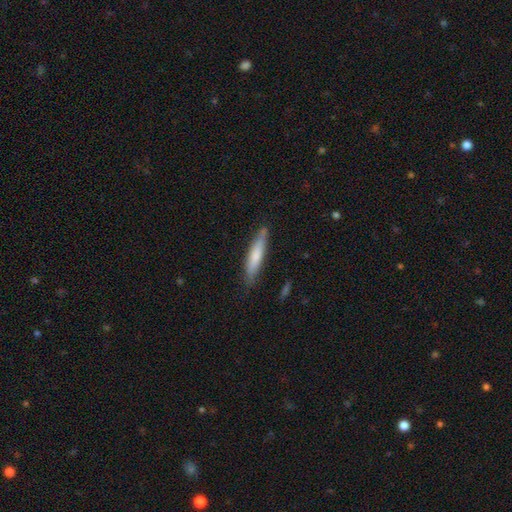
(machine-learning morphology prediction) Smooth or featured? Predicted: smooth (p=0.67). How rounded? Predicted: cigar-shaped (p=0.88). Merging? Predicted: none (p=0.79).